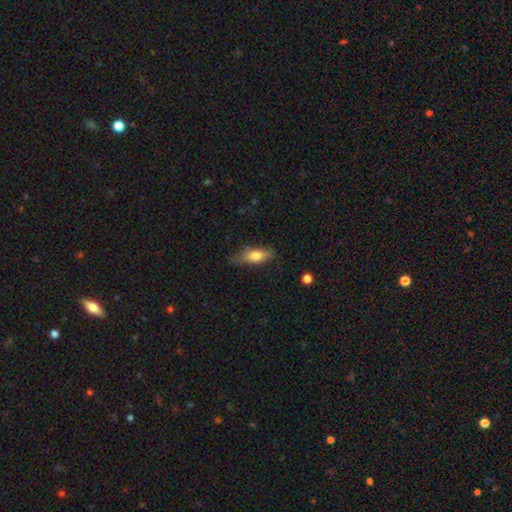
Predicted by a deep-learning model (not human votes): Smooth or featured?
  - smooth: 72% *
  - featured or disk: 20%
  - star or artifact: 7%
How rounded?
  - in between: 67% *
  - cigar-shaped: 30%
  - round: 3%
Merging?
  - none: 57% *
  - minor disturbance: 31%
  - major disturbance: 10%
  - merger: 2%